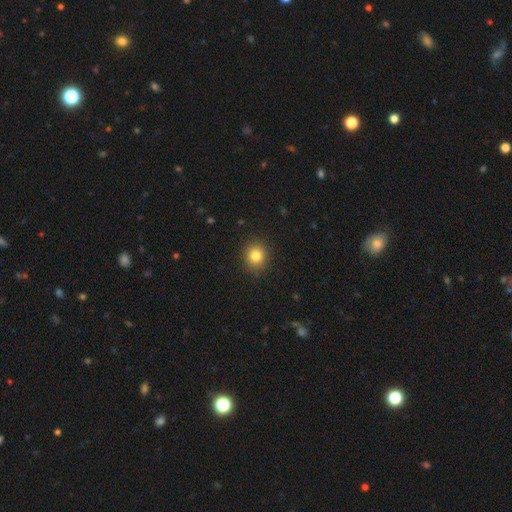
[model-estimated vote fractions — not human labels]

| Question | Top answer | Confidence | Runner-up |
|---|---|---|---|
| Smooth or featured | smooth | 83% | star or artifact (11%) |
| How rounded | round | 86% | in between (13%) |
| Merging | none | 90% | minor disturbance (7%) |